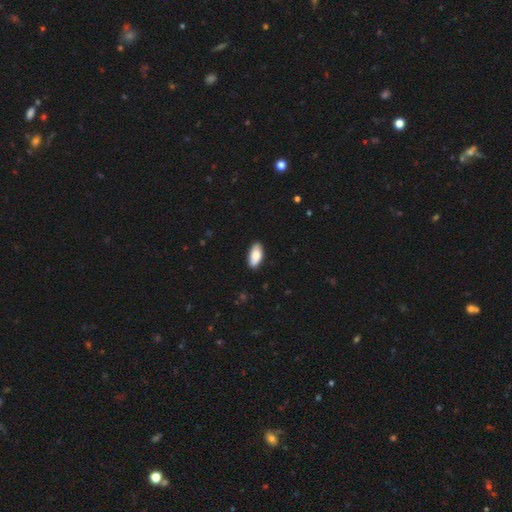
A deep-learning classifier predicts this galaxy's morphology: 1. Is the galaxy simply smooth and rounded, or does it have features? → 85% smooth, 10% featured or disk, 6% star or artifact.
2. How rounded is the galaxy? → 90% in between, 8% cigar-shaped, 2% round.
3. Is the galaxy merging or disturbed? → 86% none, 11% minor disturbance, 2% major disturbance, 1% merger.